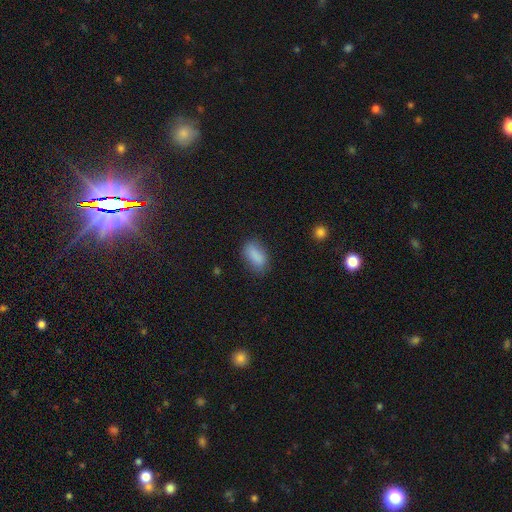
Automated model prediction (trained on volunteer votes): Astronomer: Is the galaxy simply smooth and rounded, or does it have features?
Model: smooth — 86%.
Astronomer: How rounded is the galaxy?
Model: in between — 88%.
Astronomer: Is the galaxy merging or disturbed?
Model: none — 75%.